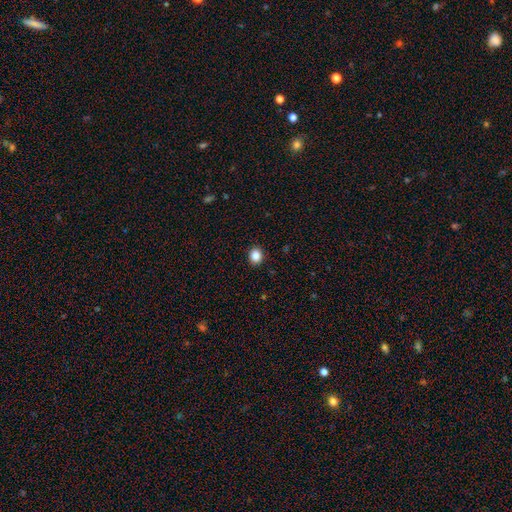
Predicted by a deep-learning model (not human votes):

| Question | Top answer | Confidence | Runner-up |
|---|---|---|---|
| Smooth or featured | smooth | 87% | star or artifact (10%) |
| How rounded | round | 71% | in between (28%) |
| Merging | none | 91% | minor disturbance (6%) |